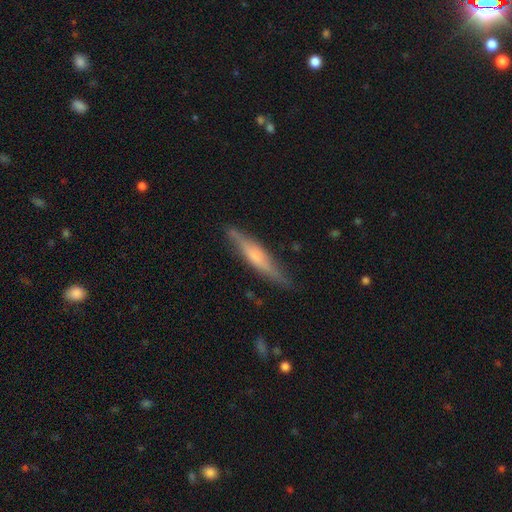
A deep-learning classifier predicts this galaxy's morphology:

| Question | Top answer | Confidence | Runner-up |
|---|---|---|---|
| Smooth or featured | featured or disk | 53% | smooth (41%) |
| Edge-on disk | yes | 93% | no (7%) |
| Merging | none | 81% | minor disturbance (14%) |